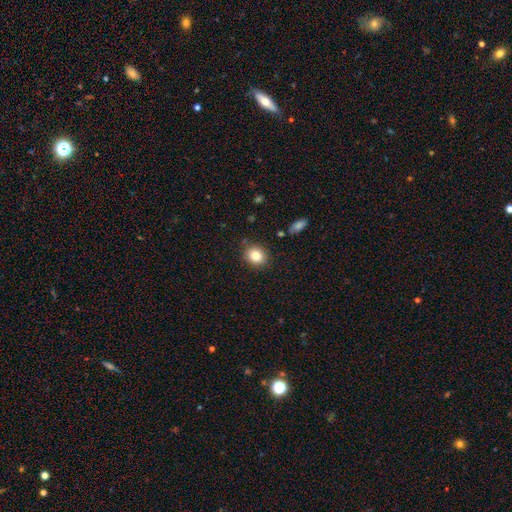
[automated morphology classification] Smooth or featured: smooth — 83% (star or artifact — 9%)
How rounded: round — 60% (in between — 39%)
Merging: none — 86% (minor disturbance — 9%)